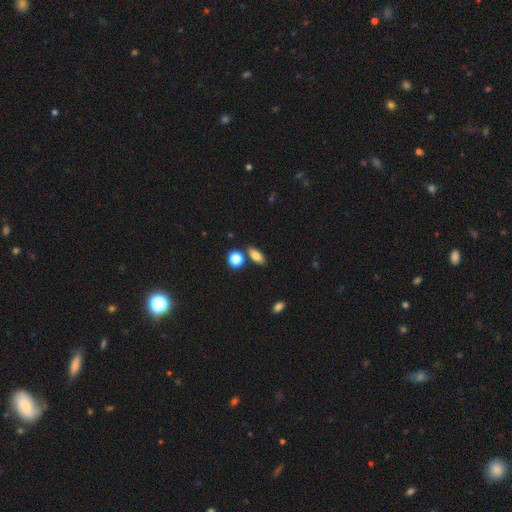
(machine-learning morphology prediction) Smooth or featured? smooth (80%)
How rounded? in between (80%)
Merging? none (76%)